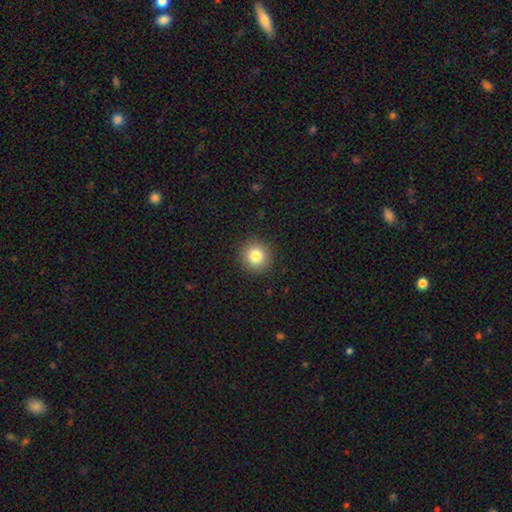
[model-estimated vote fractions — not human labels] Overall: smooth (83%). How rounded: round (94%). Merging: none (92%).